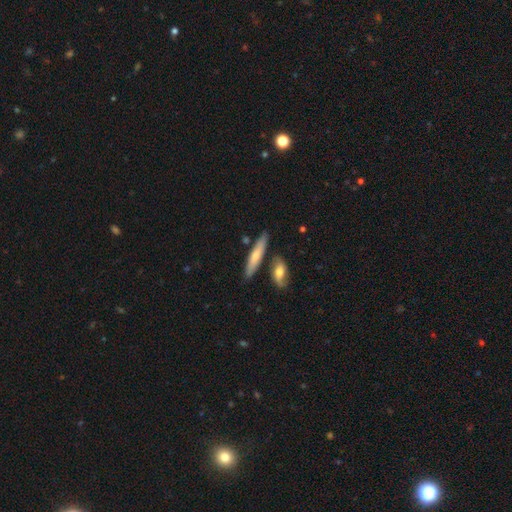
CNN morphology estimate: Q: Smooth or featured?
A: smooth (62%); runner-up: featured or disk (33%)
Q: How rounded?
A: cigar-shaped (81%); runner-up: in between (17%)
Q: Merging?
A: none (76%); runner-up: minor disturbance (12%)